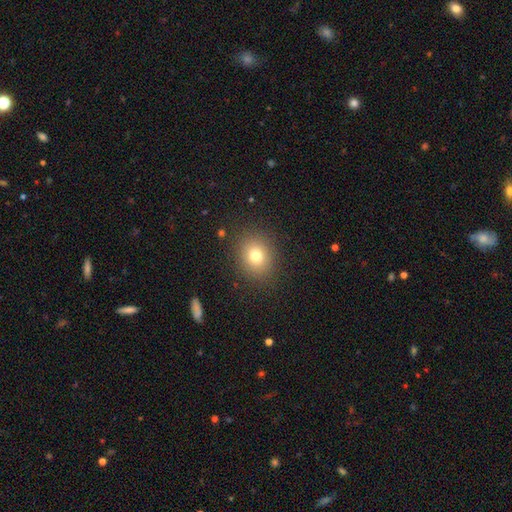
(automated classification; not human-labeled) Q: Smooth or featured?
A: smooth (76%); runner-up: star or artifact (14%)
Q: How rounded?
A: round (71%); runner-up: in between (28%)
Q: Merging?
A: none (88%); runner-up: minor disturbance (8%)